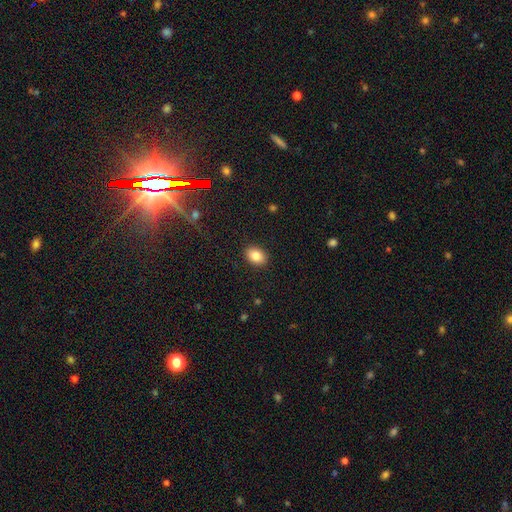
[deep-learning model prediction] smooth 84%, star or artifact 9%, featured or disk 7%. Down the decision tree: how rounded — in between (74%); merging — none (89%).